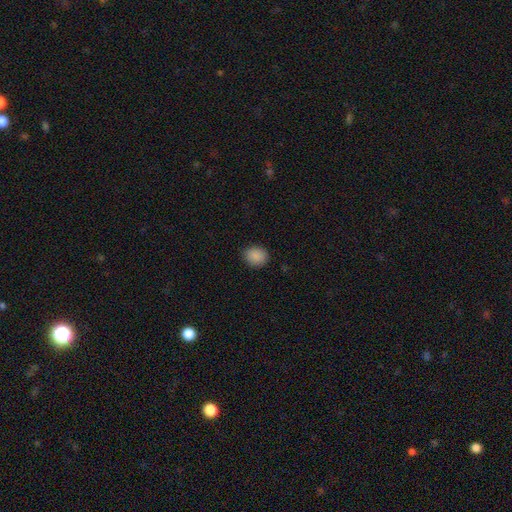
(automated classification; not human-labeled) A smooth galaxy with no disk features (87%) that is round (64%). Merging: none (88%).